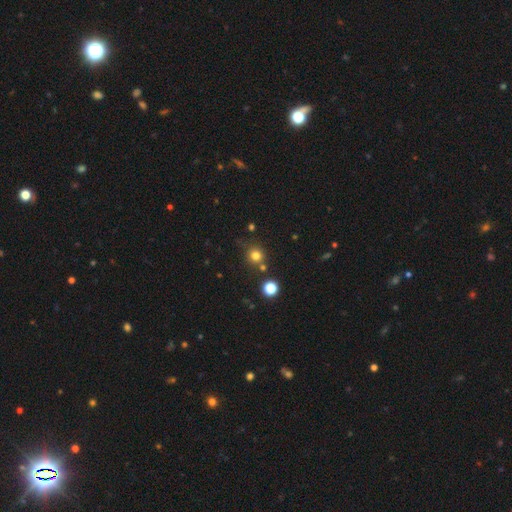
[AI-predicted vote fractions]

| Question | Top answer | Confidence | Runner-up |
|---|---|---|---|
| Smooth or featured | smooth | 77% | star or artifact (16%) |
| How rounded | round | 91% | in between (8%) |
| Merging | none | 74% | minor disturbance (11%) |